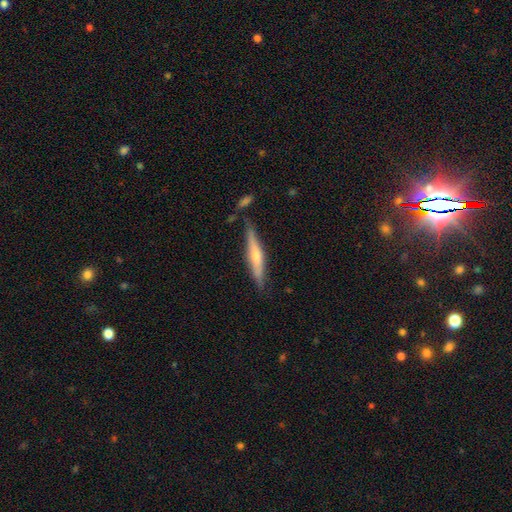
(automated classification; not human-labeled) Q: Smooth or featured?
A: featured or disk (56%); runner-up: smooth (38%)
Q: Edge-on disk?
A: yes (93%); runner-up: no (7%)
Q: Edge-on bulge?
A: rounded (75%); runner-up: none (17%)
Q: Merging?
A: none (75%); runner-up: minor disturbance (16%)